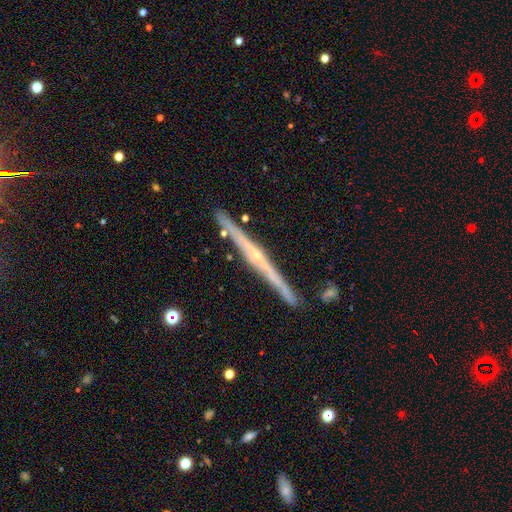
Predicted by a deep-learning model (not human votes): Smooth or featured? Predicted: featured or disk (p=0.82). Edge-on disk? Predicted: yes (p=0.98). Edge-on bulge? Predicted: rounded (p=0.61). Merging? Predicted: none (p=0.88).